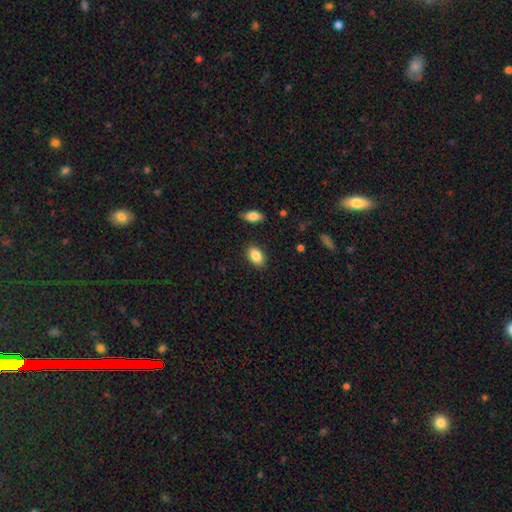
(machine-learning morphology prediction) This appears to be a smooth galaxy with no disk features (87%) that is in between round and cigar-shaped (90%). Merging: none (87%).